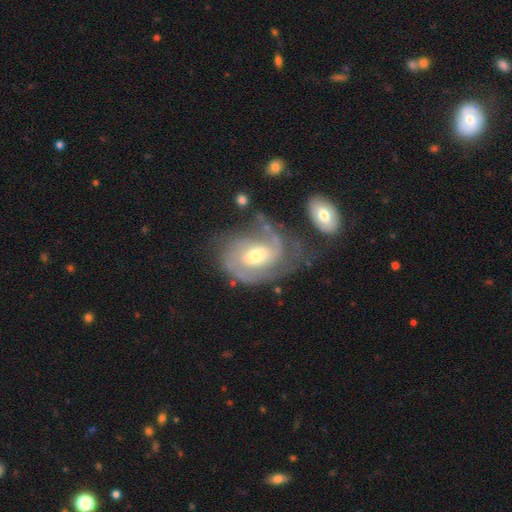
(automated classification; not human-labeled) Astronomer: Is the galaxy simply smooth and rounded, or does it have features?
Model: featured or disk — 84%.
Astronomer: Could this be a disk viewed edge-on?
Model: no — 97%.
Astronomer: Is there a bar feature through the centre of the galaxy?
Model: weak — 47% (runner-up: no, 36%).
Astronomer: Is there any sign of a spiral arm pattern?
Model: yes — 94%.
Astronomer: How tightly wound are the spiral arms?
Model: medium — 44% (runner-up: tight, 42%).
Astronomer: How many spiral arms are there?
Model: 2 — 59%.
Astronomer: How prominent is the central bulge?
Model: moderate — 66%.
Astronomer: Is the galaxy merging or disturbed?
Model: none — 48%.